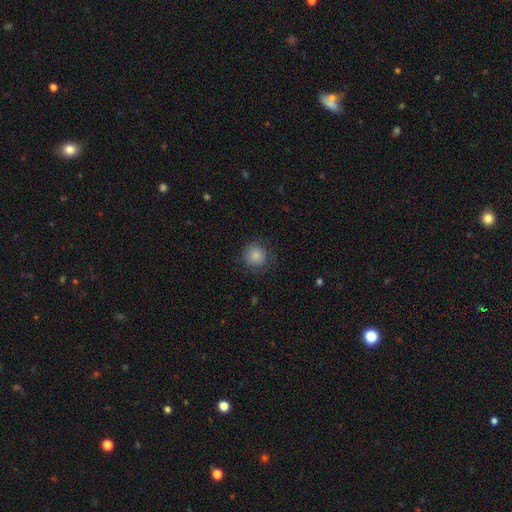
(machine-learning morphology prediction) Smooth or featured? Predicted: smooth (p=0.85). How rounded? Predicted: round (p=0.93). Merging? Predicted: none (p=0.85).